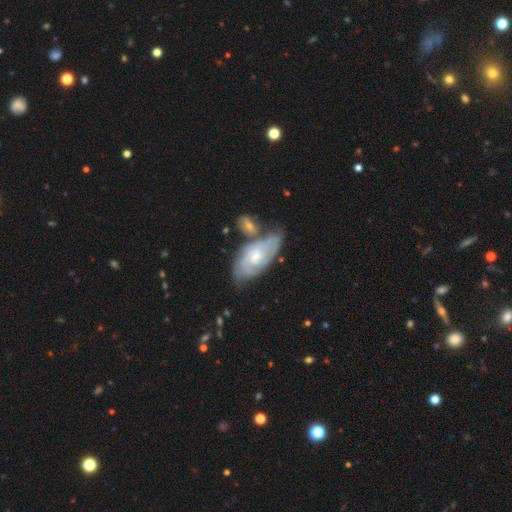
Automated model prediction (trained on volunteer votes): smooth-or-featured: featured or disk: 75% | smooth: 19% | star or artifact: 5%
  disk-edge-on: no: 93% | yes: 7%
    bar: no: 58% | weak: 36% | strong: 6%
    has-spiral-arms: yes: 92% | no: 8%
      spiral-winding: tight: 60% | medium: 32% | loose: 8%
      spiral-arm-count: 2: 43% | can't tell: 33% | 3: 13% | 4: 4% | 1: 3% | more than 4: 3%
    bulge-size: small: 51% | moderate: 42% | none: 3% | large: 3% | dominant: 1%
  merging: none: 53% | merger: 21% | minor disturbance: 20% | major disturbance: 7%